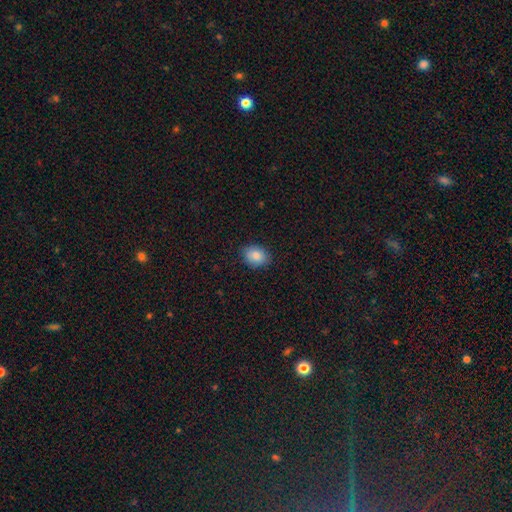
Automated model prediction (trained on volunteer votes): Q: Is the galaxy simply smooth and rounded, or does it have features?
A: smooth — 85%.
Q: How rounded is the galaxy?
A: in between — 57%.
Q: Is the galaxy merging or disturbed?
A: none — 85%.